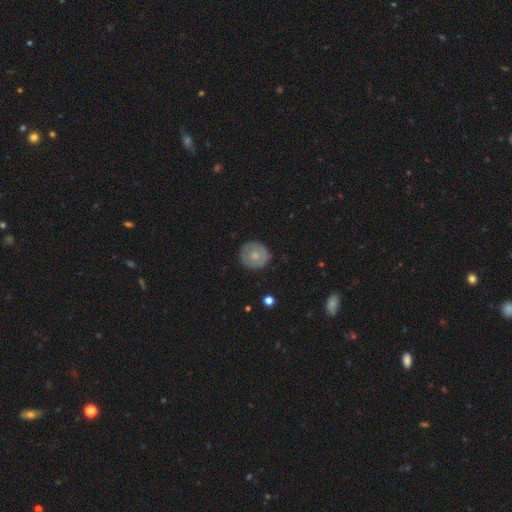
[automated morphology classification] This is likely a smooth galaxy (66%). How rounded: clearly round (94%). Merging: clearly none (85%).